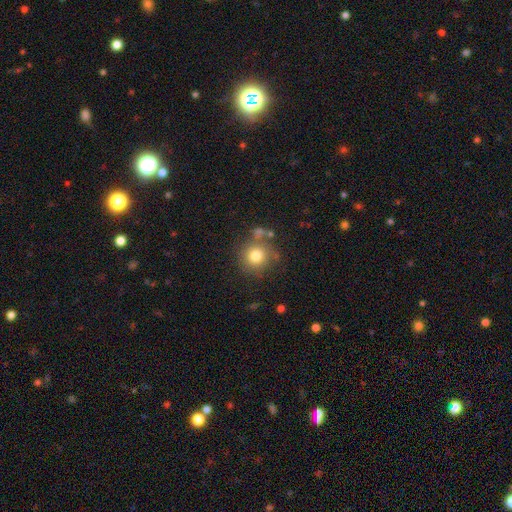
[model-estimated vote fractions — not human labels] A smooth galaxy with no disk features (78%) that is round (92%).

Vote fractions:
- Smooth or featured? smooth: 78% / star or artifact: 12% / featured or disk: 11%
- How rounded? round: 92% / in between: 7% / cigar-shaped: 1%
- Merging? none: 71% / minor disturbance: 14% / merger: 10% / major disturbance: 6%